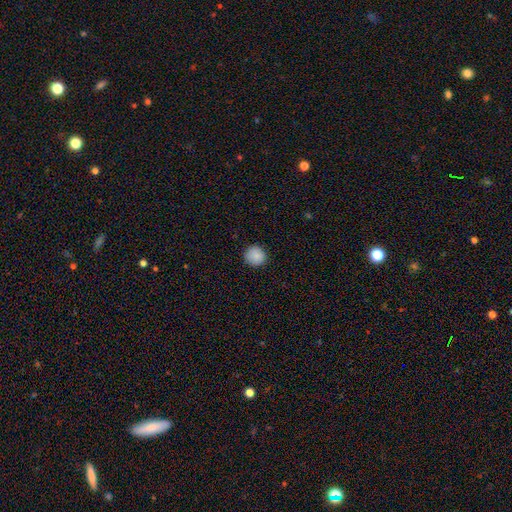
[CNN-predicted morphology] type=smooth (88%); roundness=round (93%); merging=none (90%).